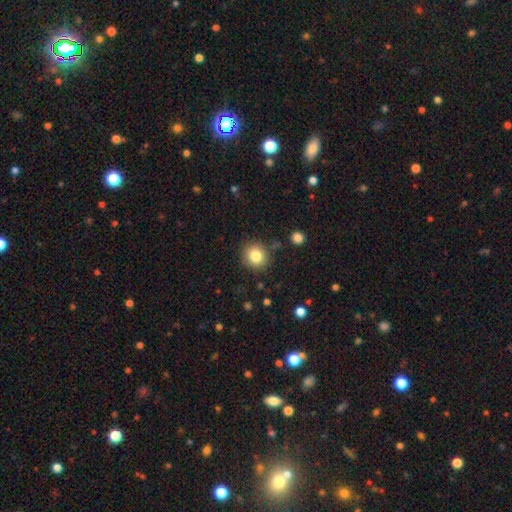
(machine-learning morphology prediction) Q: Smooth or featured?
A: smooth (82%); runner-up: star or artifact (11%)
Q: How rounded?
A: round (88%); runner-up: in between (11%)
Q: Merging?
A: none (85%); runner-up: minor disturbance (9%)